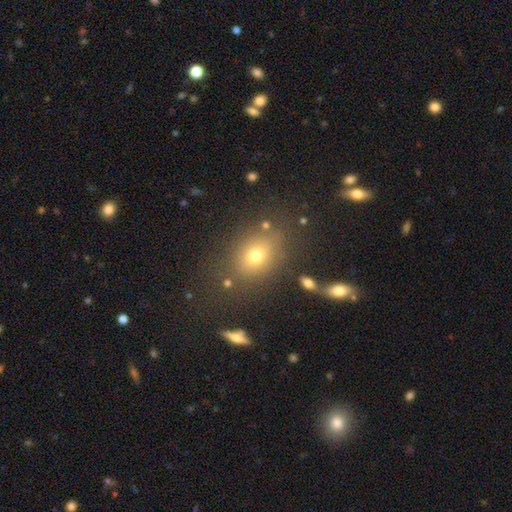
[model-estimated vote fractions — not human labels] This is likely a smooth galaxy (70%). How rounded: possibly in between (60%). Merging: likely none (76%).